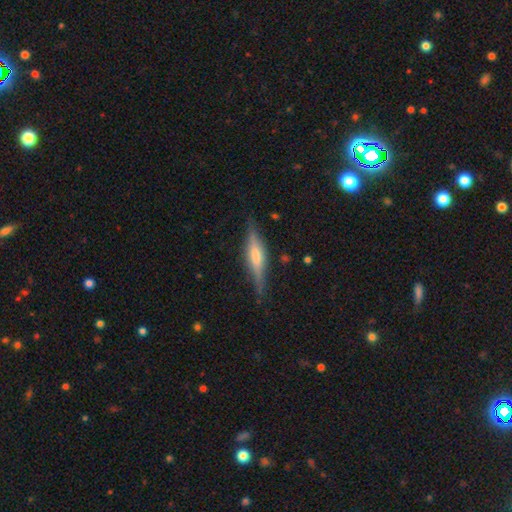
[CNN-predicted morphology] A featured or disk galaxy (65%) viewed edge-on (95%) with a rounded central bulge (63%).

Vote fractions:
- Smooth or featured? featured or disk: 65% / smooth: 29% / star or artifact: 7%
- Edge-on disk? yes: 95% / no: 5%
- Edge-on bulge? rounded: 63% / boxy: 25% / none: 12%
- Merging? none: 82% / minor disturbance: 14% / major disturbance: 3% / merger: 1%